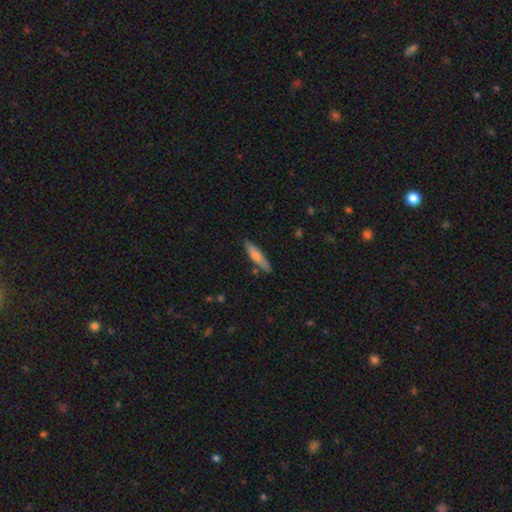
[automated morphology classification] This appears to be a smooth galaxy with no disk features (61%) that is cigar-shaped (77%). Merging: none (83%).